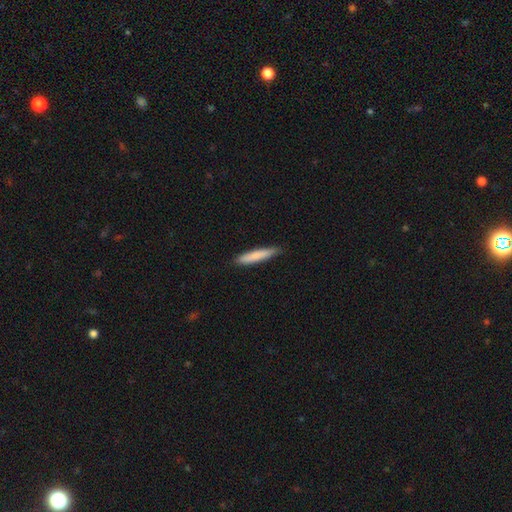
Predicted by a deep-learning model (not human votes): smooth-or-featured: smooth: 80% | featured or disk: 14% | star or artifact: 6%
  how-rounded: cigar-shaped: 90% | in between: 8% | round: 1%
  merging: none: 84% | minor disturbance: 13% | major disturbance: 2% | merger: 1%